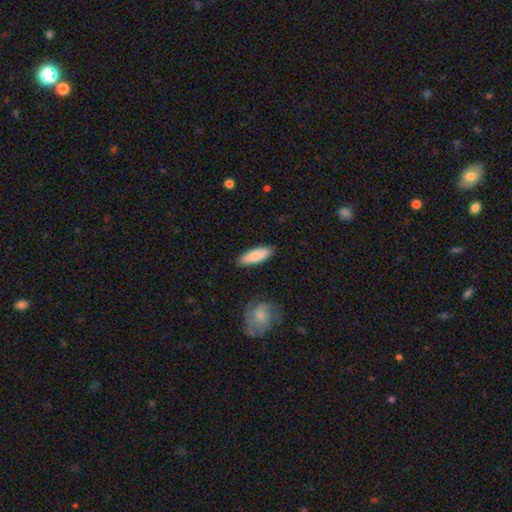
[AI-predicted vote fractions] Q: Smooth or featured?
A: smooth (83%); runner-up: featured or disk (12%)
Q: How rounded?
A: in between (57%); runner-up: cigar-shaped (41%)
Q: Merging?
A: none (86%); runner-up: minor disturbance (10%)